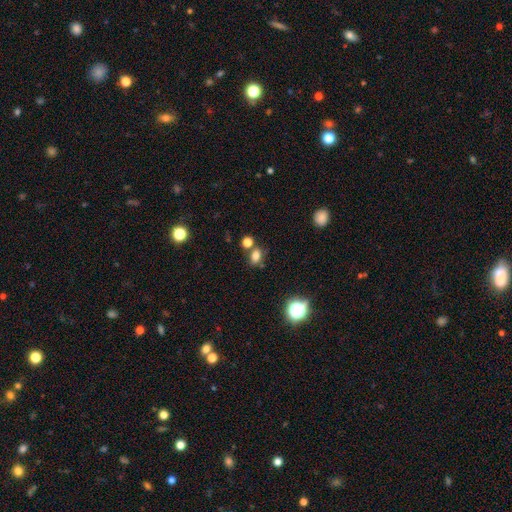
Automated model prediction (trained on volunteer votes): Smooth or featured: smooth — 74% (star or artifact — 17%)
How rounded: in between — 71% (round — 26%)
Merging: none — 67% (merger — 17%)